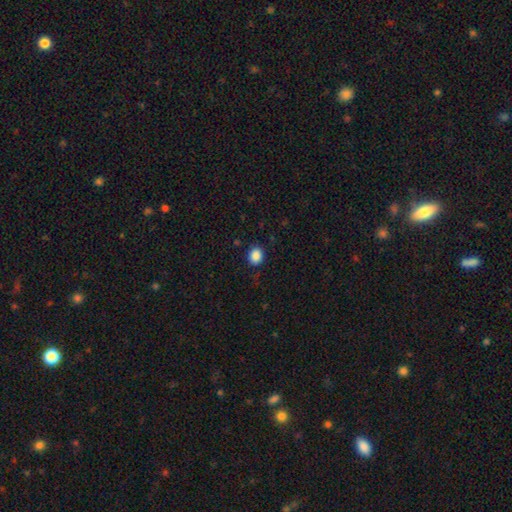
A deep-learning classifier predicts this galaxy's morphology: smooth_or_featured: smooth (p=0.88) [alt: star or artifact p=0.09]
how_rounded: round (p=0.57) [alt: in between p=0.42]
merging: none (p=0.86) [alt: minor disturbance p=0.10]